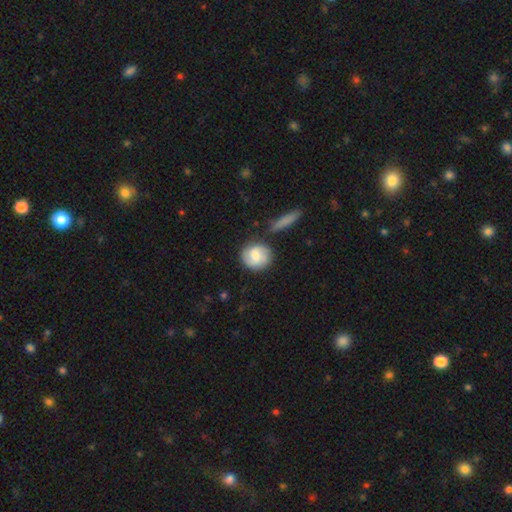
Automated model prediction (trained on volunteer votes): This appears to be a smooth galaxy with no disk features (48%). Merging: none (74%).